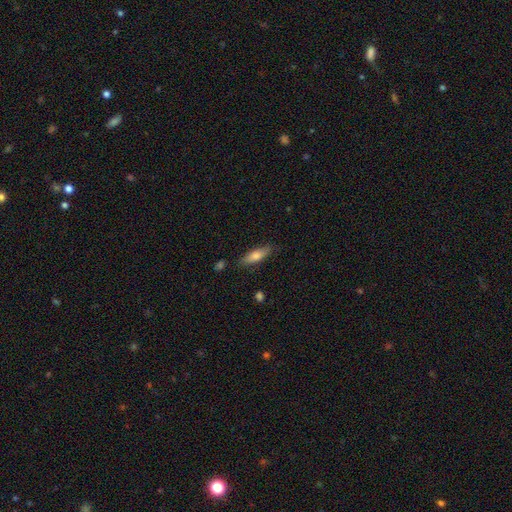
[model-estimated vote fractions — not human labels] Smooth or featured? smooth (70%)
How rounded? cigar-shaped (50%)
Merging? none (82%)